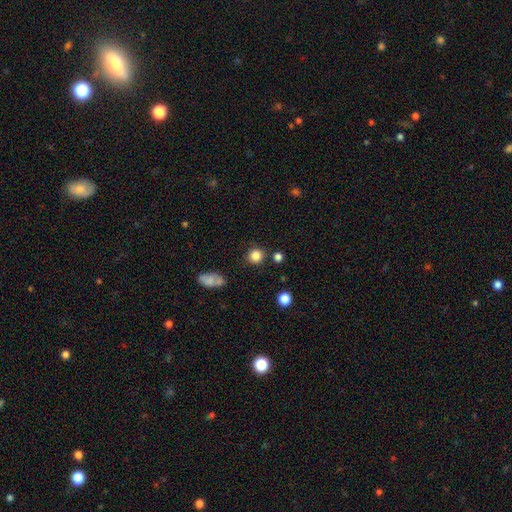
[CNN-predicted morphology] The model was most divided on "smooth or featured": smooth: 84%, star or artifact: 12%, featured or disk: 5%. More confident: how rounded — round (90%); merging — none (83%).